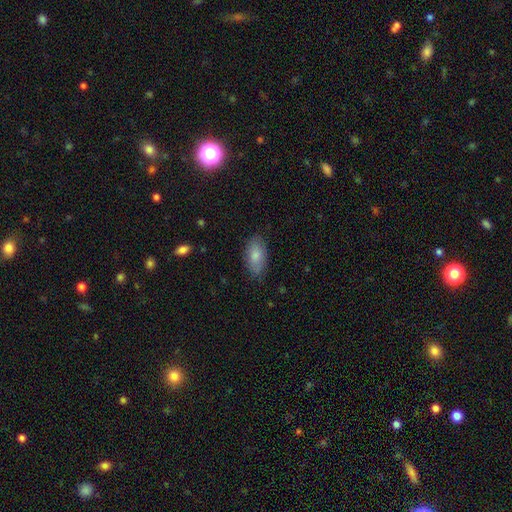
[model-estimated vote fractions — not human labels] smooth_or_featured: smooth (p=0.81) [alt: featured or disk p=0.13]
how_rounded: in between (p=0.92) [alt: cigar-shaped p=0.05]
merging: none (p=0.79) [alt: minor disturbance p=0.16]